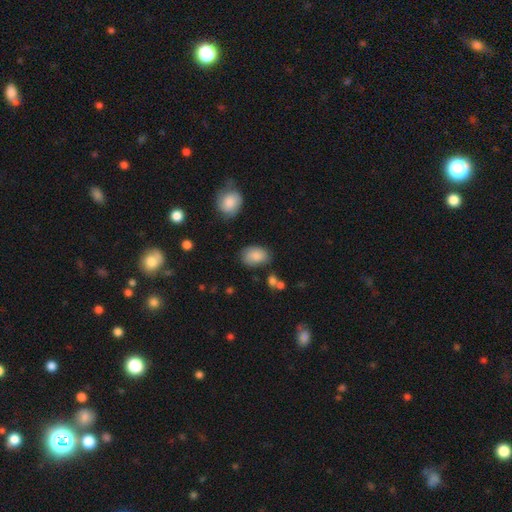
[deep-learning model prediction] A smooth galaxy with no disk features (80%) that is in between round and cigar-shaped (83%).

Vote fractions:
- Smooth or featured? smooth: 80% / featured or disk: 12% / star or artifact: 8%
- How rounded? in between: 83% / round: 16% / cigar-shaped: 1%
- Merging? none: 67% / minor disturbance: 23% / major disturbance: 6% / merger: 4%